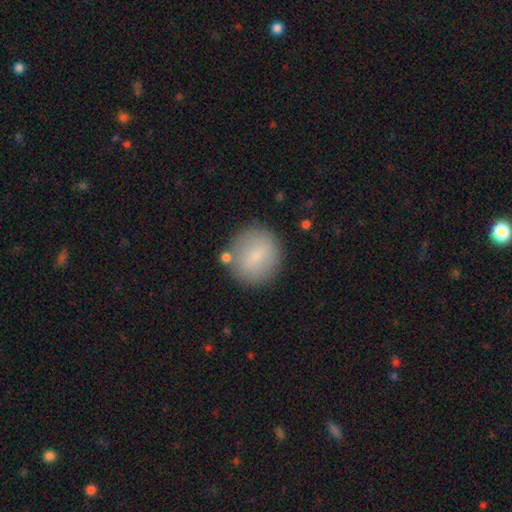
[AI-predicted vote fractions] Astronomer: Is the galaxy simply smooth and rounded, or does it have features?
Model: smooth — 78%.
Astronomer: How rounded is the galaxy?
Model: round — 88%.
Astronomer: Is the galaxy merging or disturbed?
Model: none — 80%.